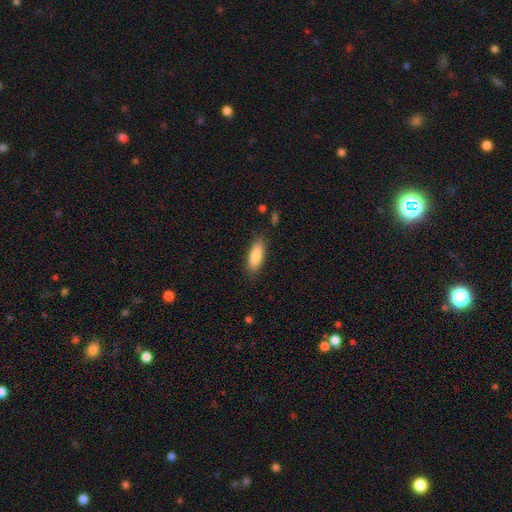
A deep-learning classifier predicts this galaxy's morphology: A smooth galaxy with no disk features (84%) that is in between round and cigar-shaped (66%).

Vote fractions:
- Smooth or featured? smooth: 84% / featured or disk: 10% / star or artifact: 6%
- How rounded? in between: 66% / cigar-shaped: 32% / round: 2%
- Merging? none: 85% / minor disturbance: 11% / major disturbance: 3% / merger: 1%